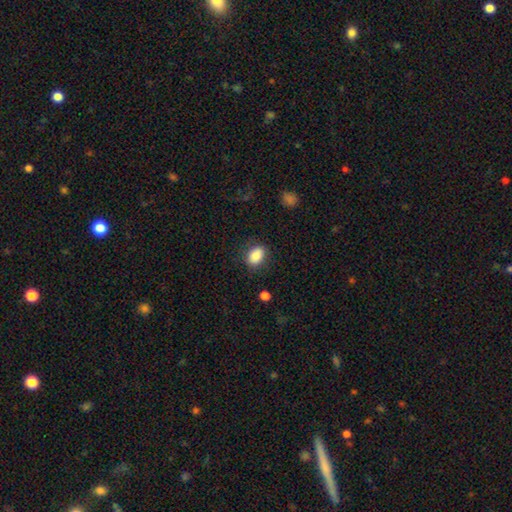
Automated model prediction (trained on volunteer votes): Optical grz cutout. It shows a smooth galaxy with no disk features (86%) that is in between round and cigar-shaped (79%). Merging: none (81%).